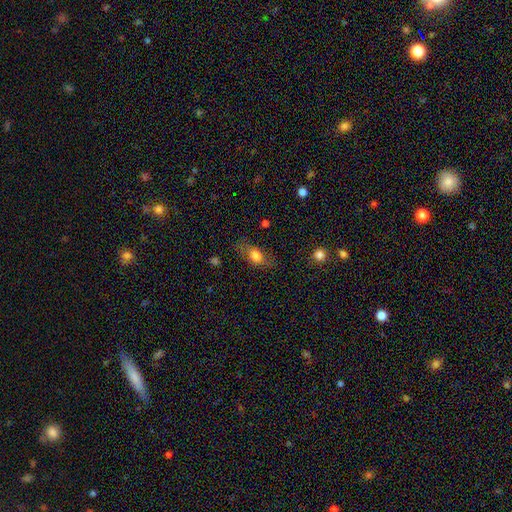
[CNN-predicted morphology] This is likely a smooth galaxy (71%). How rounded: likely in between (79%). Merging: likely none (68%).